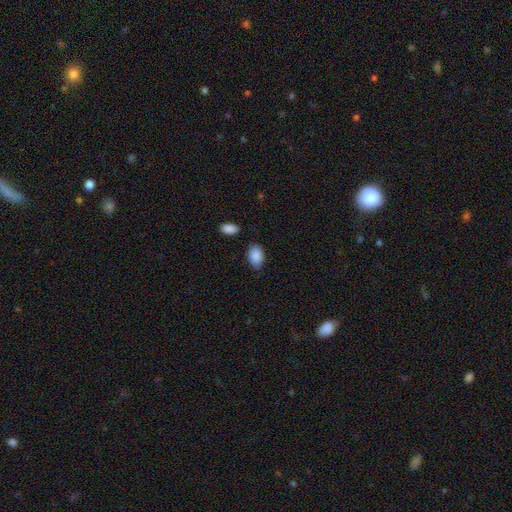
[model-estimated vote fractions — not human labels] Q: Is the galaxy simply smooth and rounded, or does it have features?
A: smooth — 89%.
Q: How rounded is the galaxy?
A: in between — 90%.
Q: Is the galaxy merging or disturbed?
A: none — 76%.